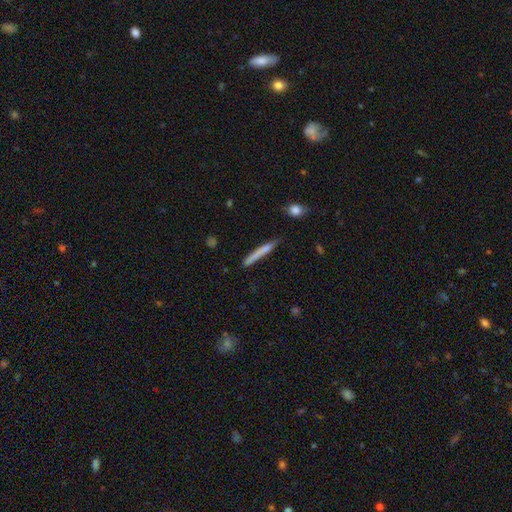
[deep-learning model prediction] This appears to be a smooth galaxy with no disk features (54%) that is cigar-shaped (95%). Merging: none (86%).